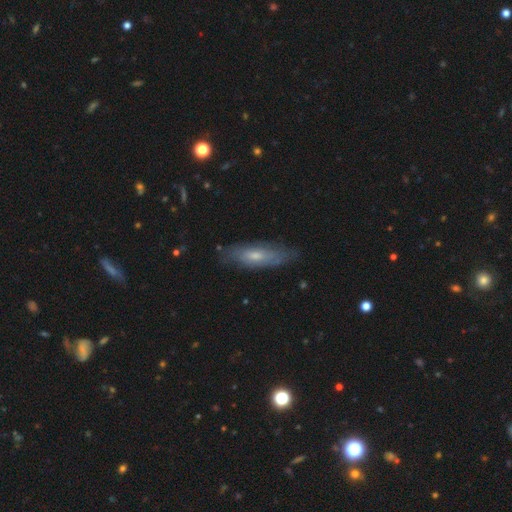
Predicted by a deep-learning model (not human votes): A featured or disk galaxy (47%).

Vote fractions:
- Smooth or featured? featured or disk: 47% / smooth: 46% / star or artifact: 7%
- Merging? none: 78% / minor disturbance: 17% / major disturbance: 4% / merger: 1%